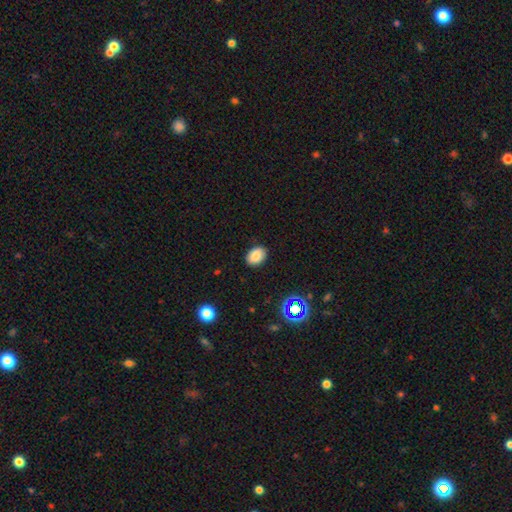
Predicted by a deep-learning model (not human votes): This is clearly a smooth galaxy (83%). How rounded: likely in between (78%). Merging: clearly none (87%).